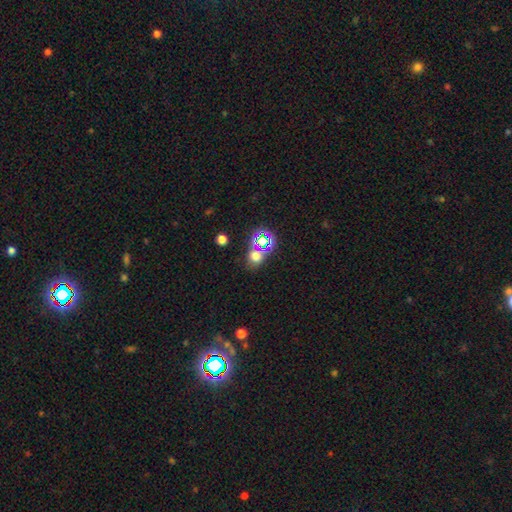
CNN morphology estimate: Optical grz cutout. It shows a smooth galaxy with no disk features (57%) that is round (69%). Merging: none (62%).